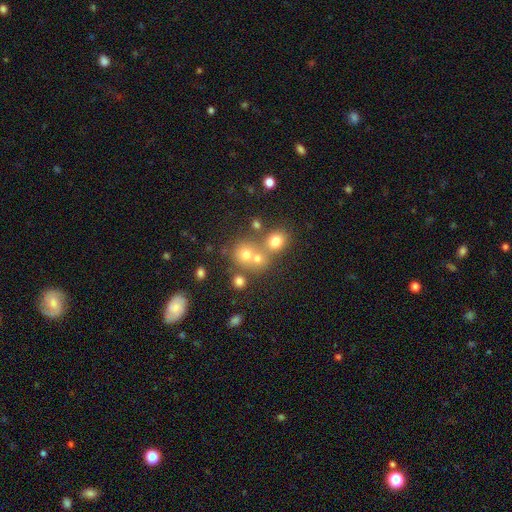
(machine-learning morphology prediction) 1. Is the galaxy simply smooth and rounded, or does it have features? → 56% smooth, 24% star or artifact, 20% featured or disk.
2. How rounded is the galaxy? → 78% round, 21% in between, 1% cigar-shaped.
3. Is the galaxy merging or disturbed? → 44% merger (tied), 44% none (tied), 8% minor disturbance, 4% major disturbance.